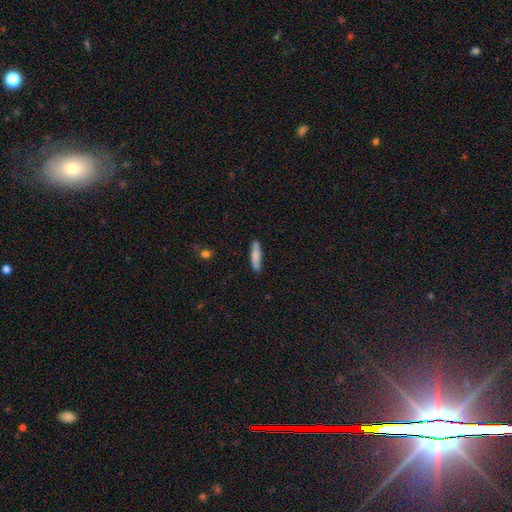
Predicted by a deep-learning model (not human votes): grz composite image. It shows a smooth galaxy with no disk features (78%) that is cigar-shaped (84%). Merging: none (80%).